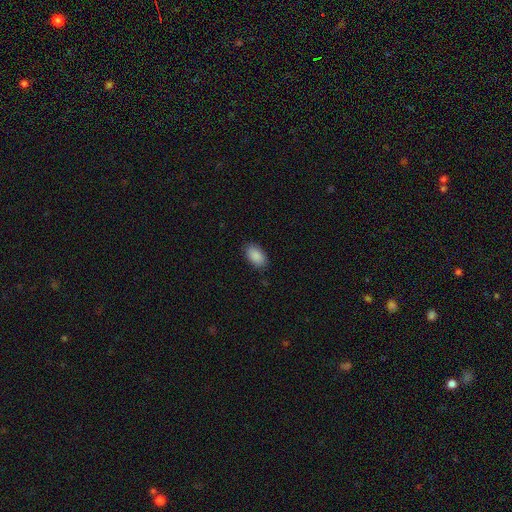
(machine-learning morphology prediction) type=smooth (90%); roundness=in between (94%); merging=none (87%).